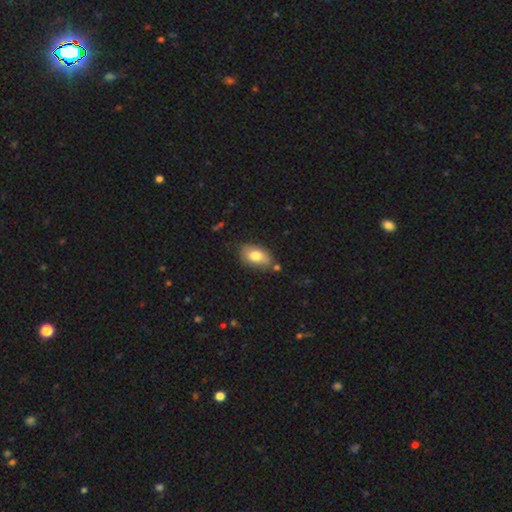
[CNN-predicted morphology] Overall: smooth (78%). How rounded: in between (91%). Merging: none (71%).